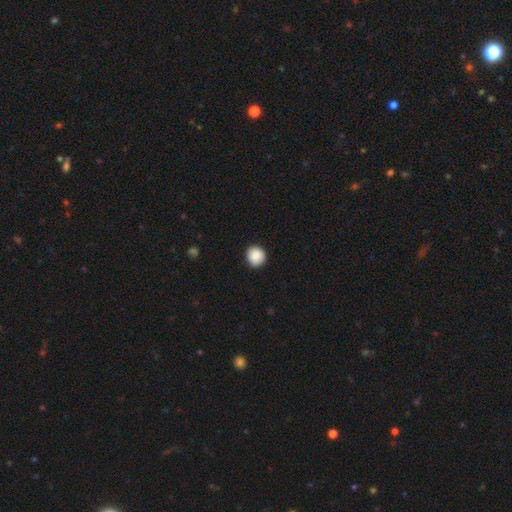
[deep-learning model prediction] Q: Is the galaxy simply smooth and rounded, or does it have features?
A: smooth — 89%.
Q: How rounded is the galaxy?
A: round — 88%.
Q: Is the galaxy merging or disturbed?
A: none — 90%.